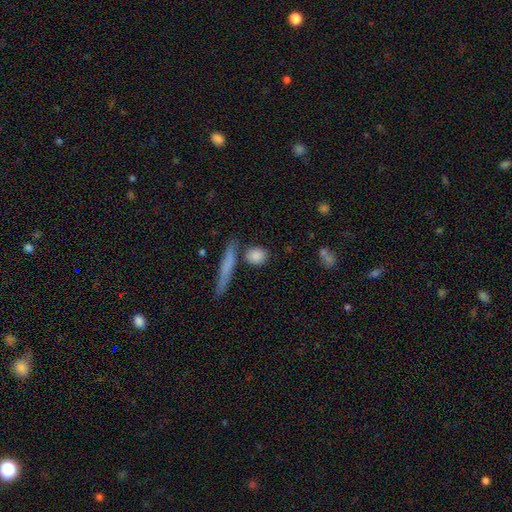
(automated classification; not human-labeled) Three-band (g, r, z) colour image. It shows a smooth galaxy with no disk features (84%) that is round (66%). Merging: none (73%).